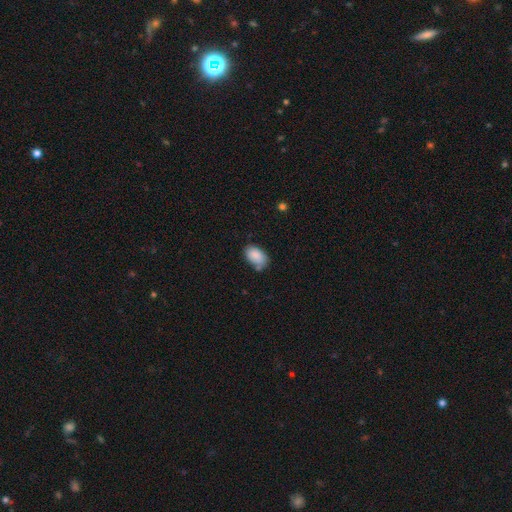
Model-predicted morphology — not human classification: Smooth or featured?
  - smooth: 86% *
  - star or artifact: 7%
  - featured or disk: 7%
How rounded?
  - in between: 91% *
  - round: 8%
  - cigar-shaped: 1%
Merging?
  - none: 63% *
  - minor disturbance: 25%
  - merger: 7%
  - major disturbance: 5%